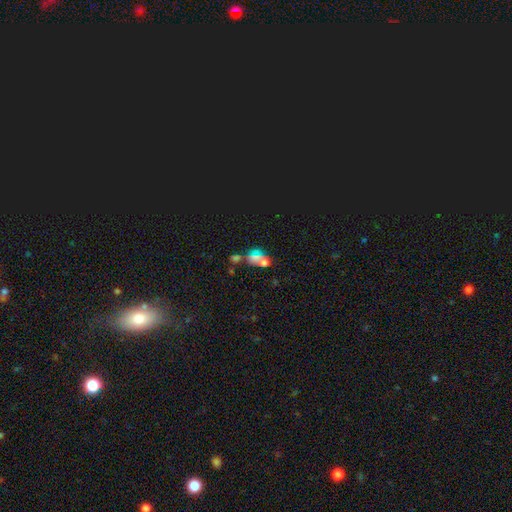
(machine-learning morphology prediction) A star or artifact, not a galaxy (47%).

Vote fractions:
- Smooth or featured? star or artifact: 47% / smooth: 36% / featured or disk: 16%